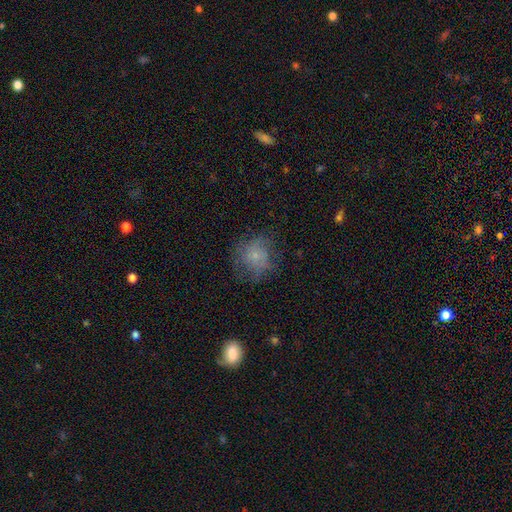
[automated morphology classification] smooth-or-featured: smooth: 62% | featured or disk: 26% | star or artifact: 12%
  how-rounded: round: 83% | in between: 16% | cigar-shaped: 1%
  merging: none: 61% | minor disturbance: 22% | major disturbance: 15% | merger: 2%